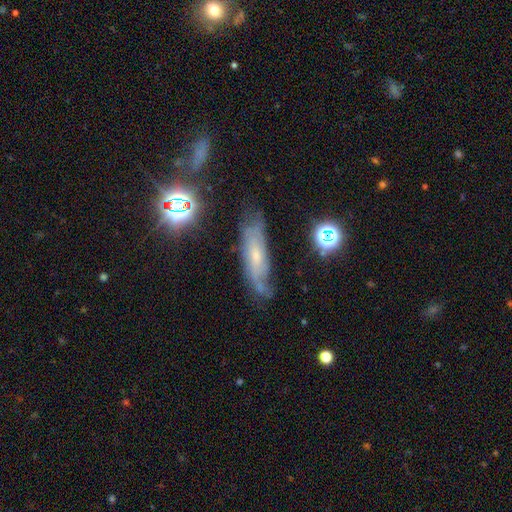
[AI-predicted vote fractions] This is possibly a featured or disk galaxy (53%). It is likely not viewed edge-on (68%). Merging: likely none (61%).